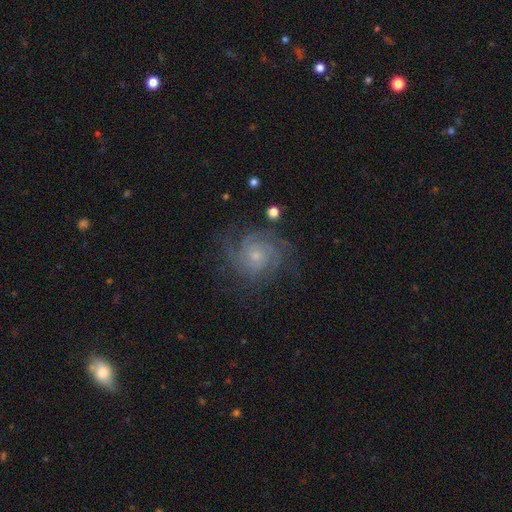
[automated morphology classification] Smooth or featured?
  - featured or disk: 83% *
  - smooth: 10%
  - star or artifact: 8%
Edge-on disk?
  - no: 98% *
  - yes: 2%
Bar?
  - no: 78% *
  - weak: 19%
  - strong: 3%
Spiral arms?
  - yes: 96% *
  - no: 4%
Spiral winding?
  - tight: 64% *
  - medium: 29%
  - loose: 7%
Spiral arm count?
  - can't tell: 28% *
  - 3: 24%
  - 2: 18%
  - 4: 17%
  - more than 4: 7%
  - 1: 6%
Bulge size?
  - small: 70% *
  - moderate: 24%
  - none: 3%
  - large: 2%
  - dominant: 1%
Merging?
  - none: 73% *
  - minor disturbance: 16%
  - major disturbance: 10%
  - merger: 2%